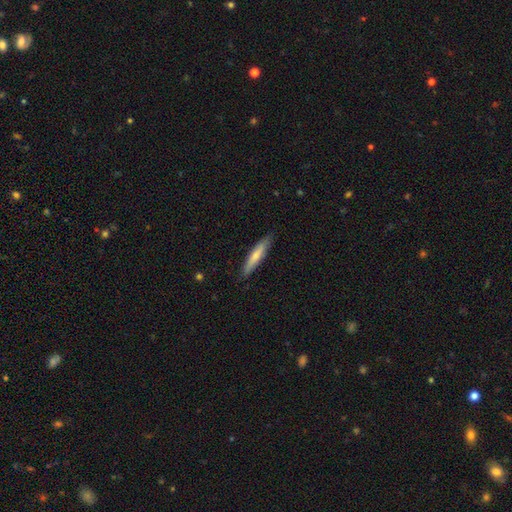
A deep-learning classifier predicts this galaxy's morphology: smooth-or-featured: smooth: 62% | featured or disk: 32% | star or artifact: 5%
  how-rounded: cigar-shaped: 87% | in between: 12% | round: 1%
  merging: none: 86% | minor disturbance: 11% | major disturbance: 2% | merger: 1%